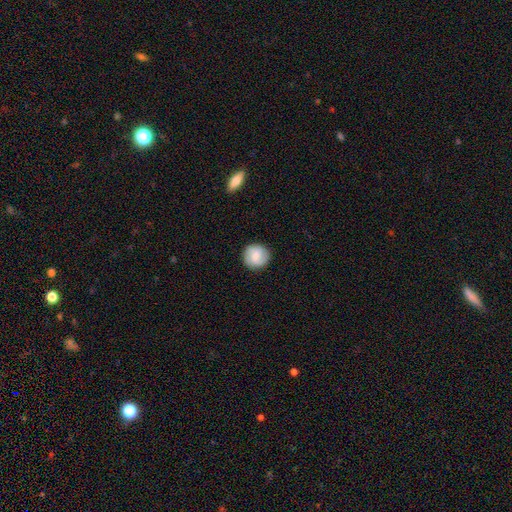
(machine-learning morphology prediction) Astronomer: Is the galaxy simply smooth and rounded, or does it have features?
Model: smooth — 54% (runner-up: featured or disk, 39%).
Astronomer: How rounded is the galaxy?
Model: round — 92%.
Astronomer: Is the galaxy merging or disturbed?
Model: none — 89%.